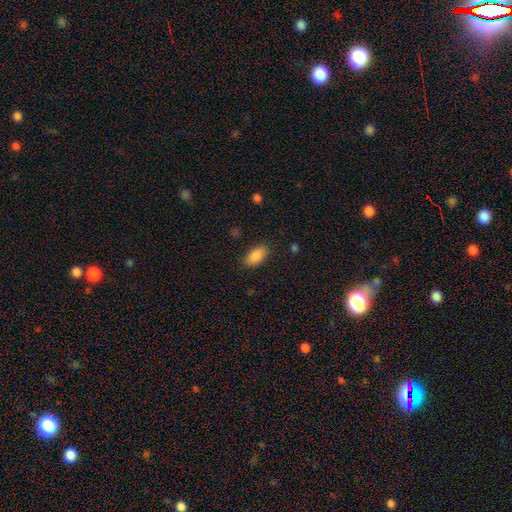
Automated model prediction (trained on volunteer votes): A smooth galaxy with no disk features (88%) that is in between round and cigar-shaped (92%).

Vote fractions:
- Smooth or featured? smooth: 88% / star or artifact: 7% / featured or disk: 5%
- How rounded? in between: 92% / cigar-shaped: 5% / round: 3%
- Merging? none: 86% / minor disturbance: 10% / major disturbance: 3% / merger: 1%